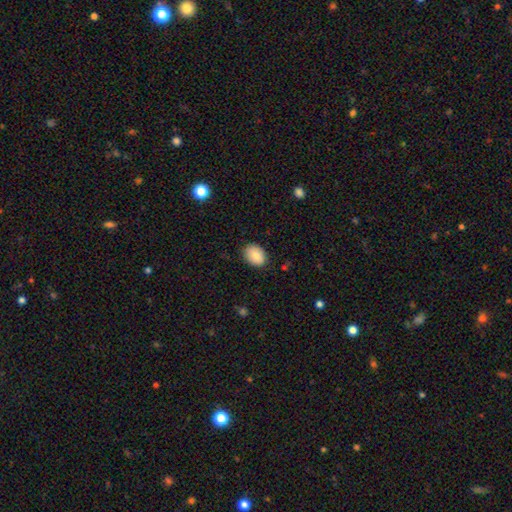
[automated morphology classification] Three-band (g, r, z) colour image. It shows a smooth galaxy with no disk features (84%) that is in between round and cigar-shaped (68%). Merging: none (84%).